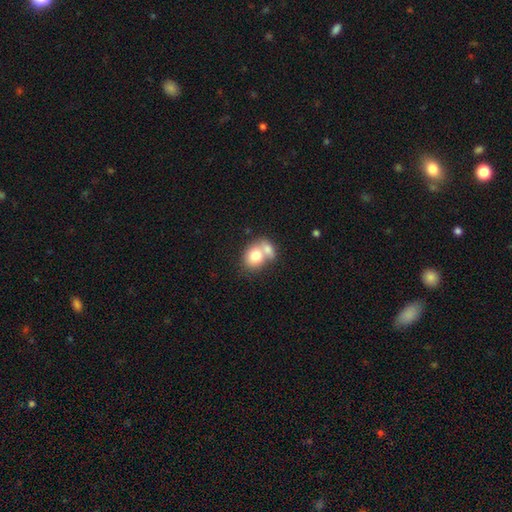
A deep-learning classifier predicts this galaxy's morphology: This appears to be a smooth galaxy with no disk features (74%) that is round (52%). Merging: merger (64%).